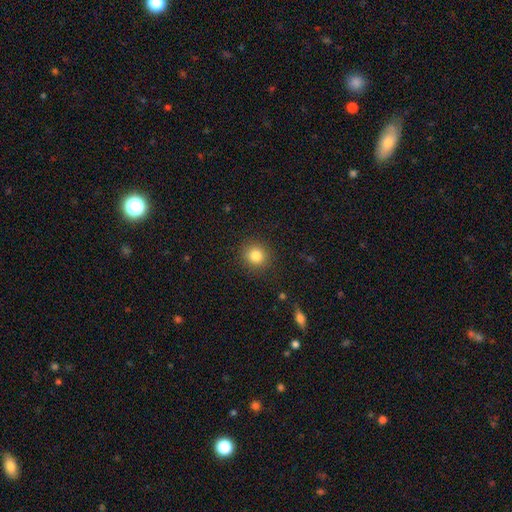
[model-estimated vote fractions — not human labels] A smooth galaxy with no disk features (83%) that is round (88%). Merging: none (90%).